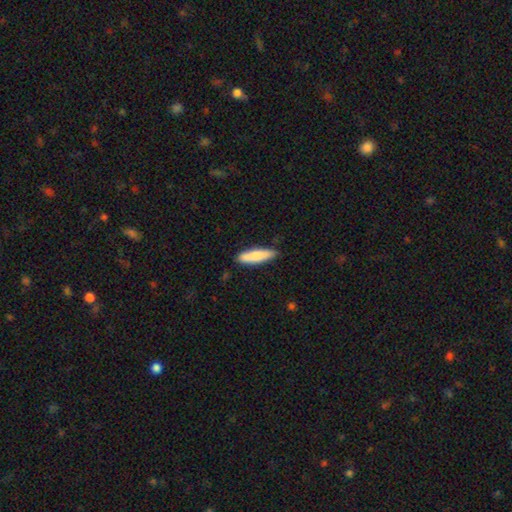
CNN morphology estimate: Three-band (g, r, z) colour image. It shows a smooth galaxy with no disk features (81%) that is cigar-shaped (72%). Merging: none (84%).